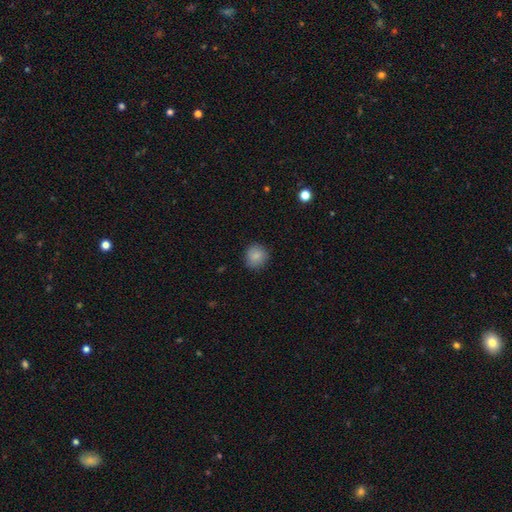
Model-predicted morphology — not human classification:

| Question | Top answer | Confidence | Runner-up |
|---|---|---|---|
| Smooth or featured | smooth | 86% | star or artifact (8%) |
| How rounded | round | 88% | in between (11%) |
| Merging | none | 87% | minor disturbance (9%) |